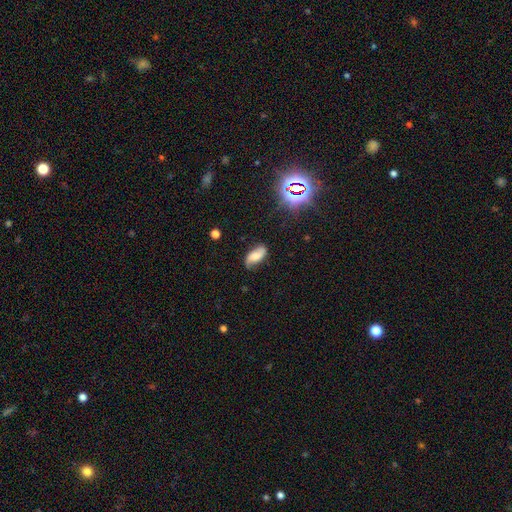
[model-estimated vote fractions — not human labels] This appears to be a smooth galaxy with no disk features (48%). Merging: none (70%).